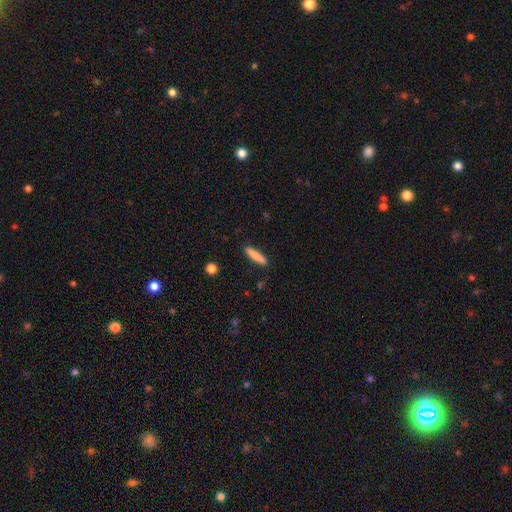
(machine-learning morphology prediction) smooth 81%, featured or disk 12%, star or artifact 6%. Down the decision tree: how rounded — cigar-shaped (80%); merging — none (87%).